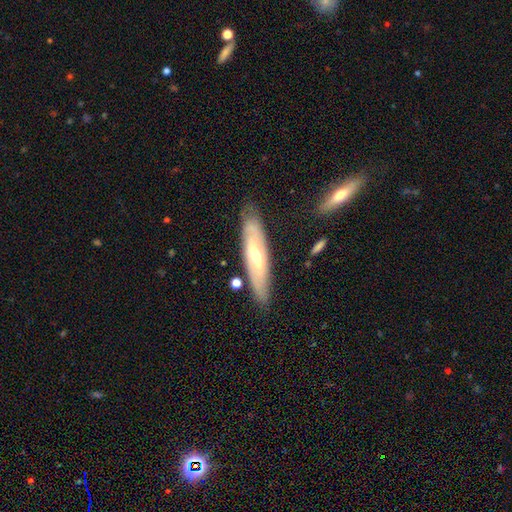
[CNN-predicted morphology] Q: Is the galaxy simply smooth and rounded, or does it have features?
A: featured or disk — 63%.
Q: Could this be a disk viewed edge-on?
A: no — 58%.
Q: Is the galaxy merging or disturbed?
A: none — 81%.